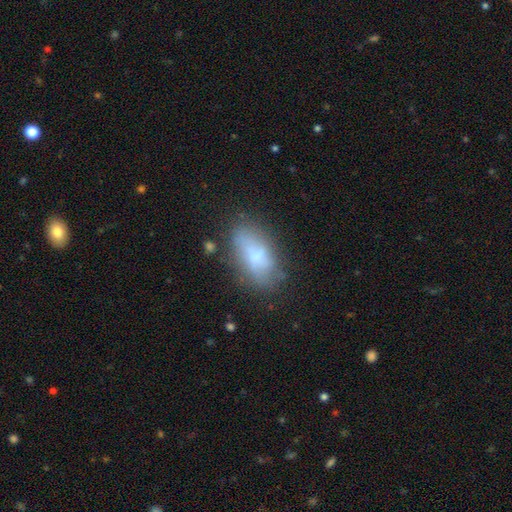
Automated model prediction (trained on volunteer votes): smooth 63%, featured or disk 28%, star or artifact 9%. Down the decision tree: how rounded — in between (88%); merging — none (57%).